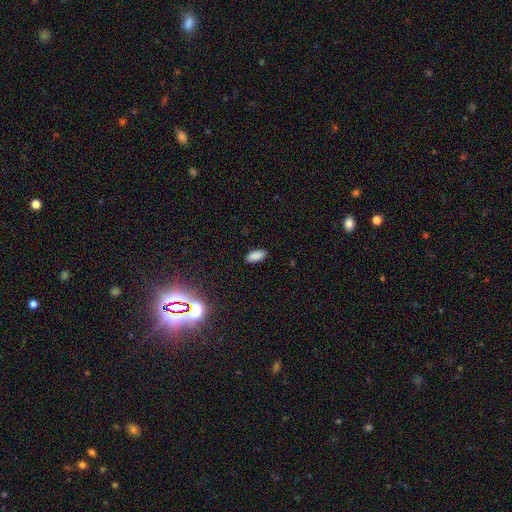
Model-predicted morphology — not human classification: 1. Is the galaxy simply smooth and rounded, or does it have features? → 86% smooth, 10% star or artifact, 4% featured or disk.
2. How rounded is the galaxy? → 87% in between, 11% cigar-shaped, 2% round.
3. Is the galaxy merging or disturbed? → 89% none, 8% minor disturbance, 2% major disturbance, 1% merger.